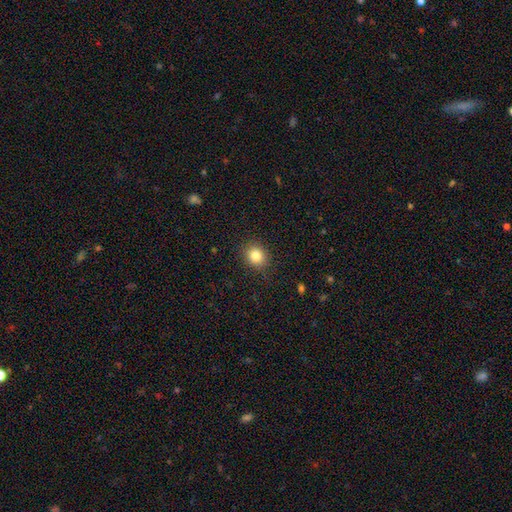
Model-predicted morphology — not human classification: Q: Smooth or featured?
A: smooth (83%); runner-up: star or artifact (11%)
Q: How rounded?
A: round (78%); runner-up: in between (21%)
Q: Merging?
A: none (88%); runner-up: minor disturbance (8%)